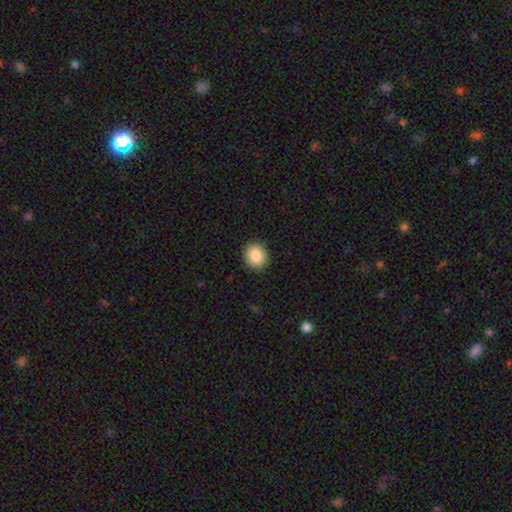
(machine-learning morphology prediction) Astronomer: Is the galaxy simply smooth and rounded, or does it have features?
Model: smooth — 86%.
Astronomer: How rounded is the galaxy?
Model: round — 81%.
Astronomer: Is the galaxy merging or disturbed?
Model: none — 91%.